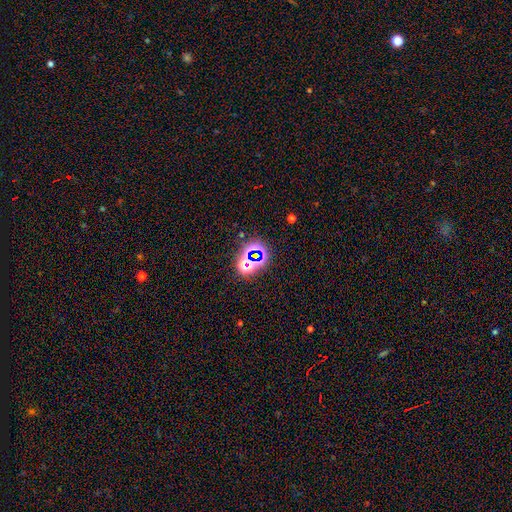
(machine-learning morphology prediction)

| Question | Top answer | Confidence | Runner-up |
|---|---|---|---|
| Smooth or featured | star or artifact | 69% | smooth (20%) |